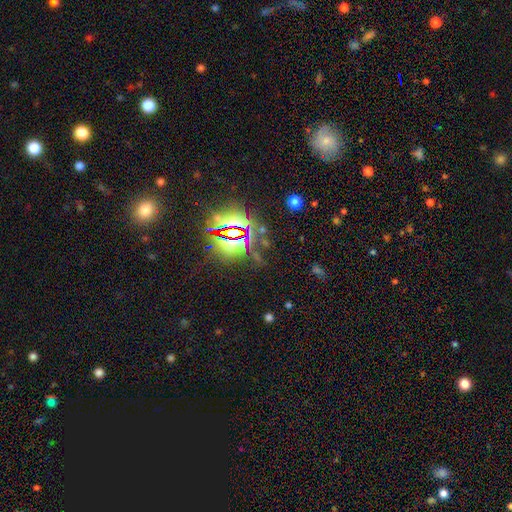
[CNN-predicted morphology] smooth-or-featured: star or artifact: 80% | smooth: 11% | featured or disk: 9%